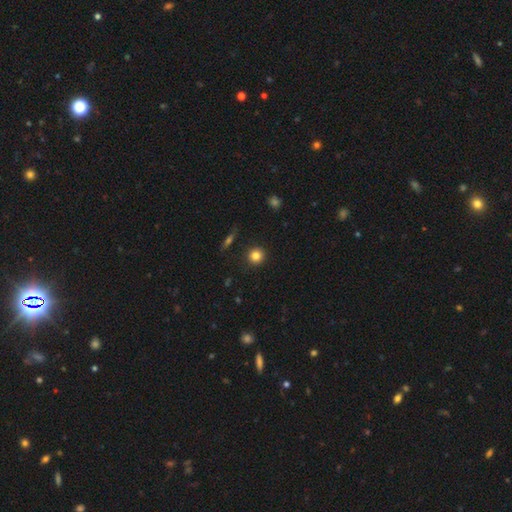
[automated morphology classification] A smooth galaxy with no disk features (82%) that is round (93%).

Vote fractions:
- Smooth or featured? smooth: 82% / star or artifact: 11% / featured or disk: 6%
- How rounded? round: 93% / in between: 6% / cigar-shaped: 1%
- Merging? none: 91% / minor disturbance: 6% / major disturbance: 2% / merger: 1%